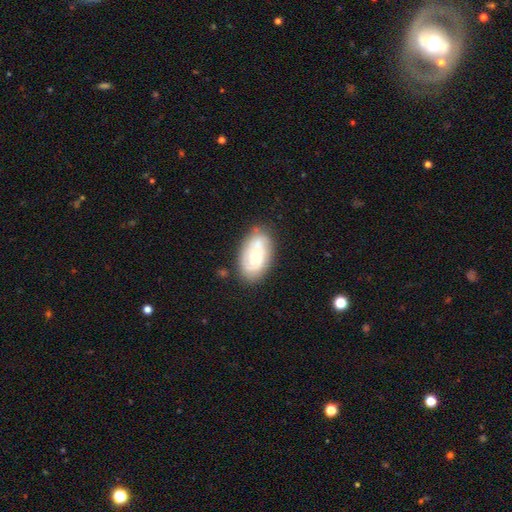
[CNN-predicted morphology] This appears to be a featured or disk galaxy (52%). Merging: none (68%).